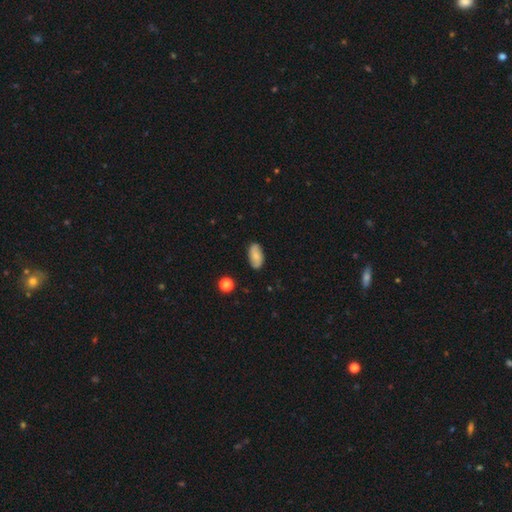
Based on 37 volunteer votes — smooth-or-featured: smooth: 78% | featured or disk: 16% | star or artifact: 5%
  how-rounded: in between: 90% | round: 7% | cigar-shaped: 3%
  merging: none: 86% | minor disturbance: 11% | merger: 3% | major disturbance: 0%